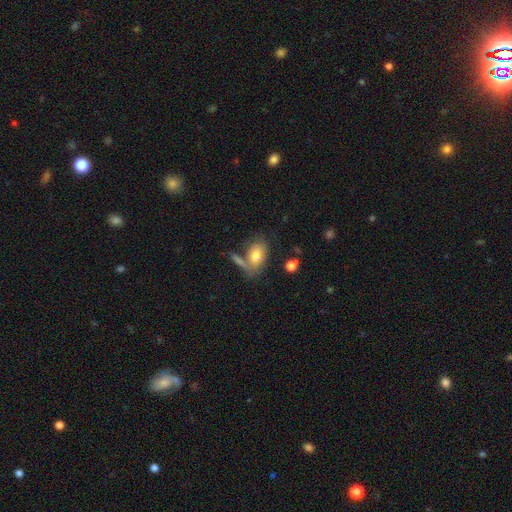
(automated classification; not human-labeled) Q: Smooth or featured?
A: smooth (72%); runner-up: featured or disk (21%)
Q: How rounded?
A: in between (88%); runner-up: round (9%)
Q: Merging?
A: none (47%); runner-up: merger (24%)